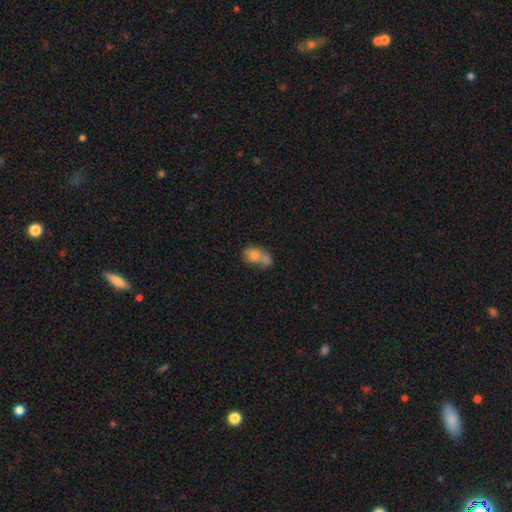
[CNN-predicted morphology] Overall: smooth (73%). How rounded: in between (79%). Merging: merger (47%; none 26%).